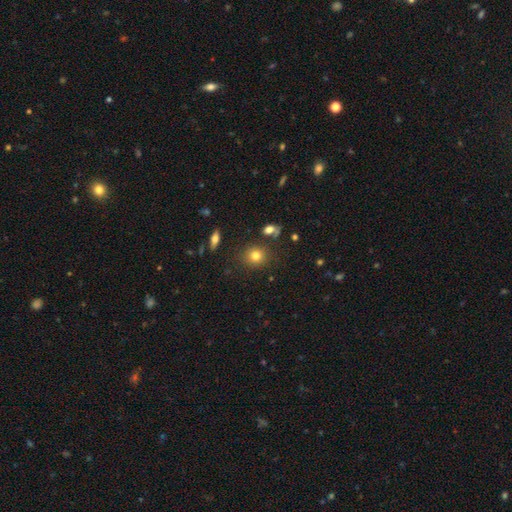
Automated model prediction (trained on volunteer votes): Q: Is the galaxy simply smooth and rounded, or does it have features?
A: smooth — 78%.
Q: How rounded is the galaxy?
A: round — 81%.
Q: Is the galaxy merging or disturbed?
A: none — 83%.